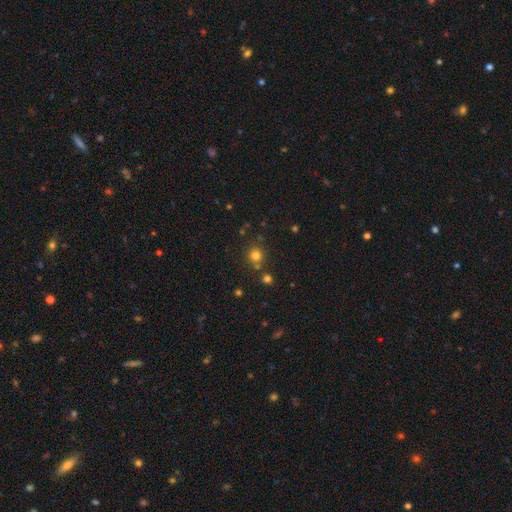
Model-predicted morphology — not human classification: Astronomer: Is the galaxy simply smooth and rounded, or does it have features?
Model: smooth — 76%.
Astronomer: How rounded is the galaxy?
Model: round — 92%.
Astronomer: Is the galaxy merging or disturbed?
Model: none — 77%.